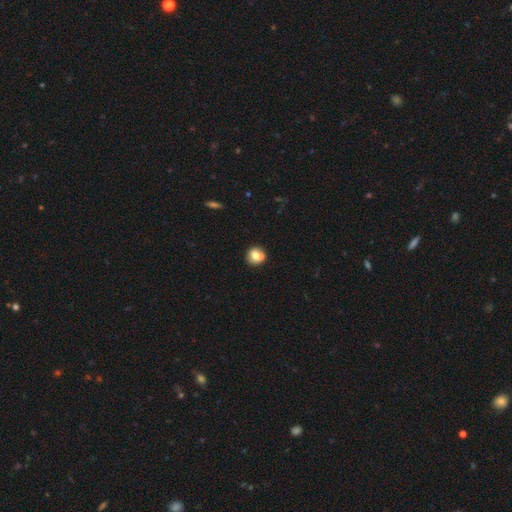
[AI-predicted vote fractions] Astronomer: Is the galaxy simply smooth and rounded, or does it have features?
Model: smooth — 71%.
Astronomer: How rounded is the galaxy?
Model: round — 81%.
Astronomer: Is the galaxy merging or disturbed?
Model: none — 57%.